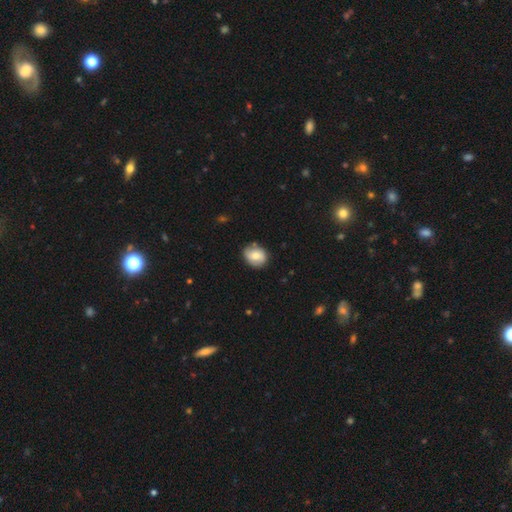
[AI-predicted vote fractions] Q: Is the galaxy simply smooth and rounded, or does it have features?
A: smooth — 72%.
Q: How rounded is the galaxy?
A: round — 57%.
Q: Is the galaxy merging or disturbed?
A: none — 78%.